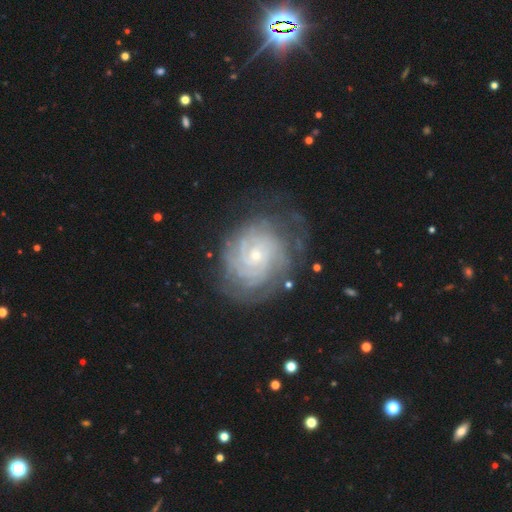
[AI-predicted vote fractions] Morphology: type=featured or disk (84%); edge-on=no (97%); bar=no (75%); spiral arms=yes (96%); winding=tight (79%); arm count=can't tell (40%); bulge=small (77%); merging=none (71%).